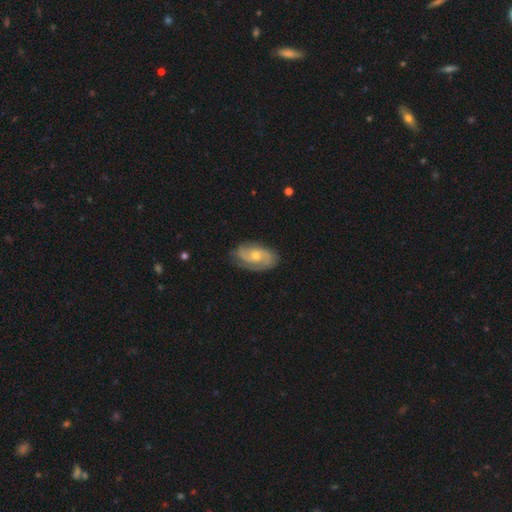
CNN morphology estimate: This appears to be a featured or disk galaxy (78%) with no bar (65%), 2 (70%) medium (45%) spiral arms (94%) and a moderate central bulge (49%). Merging: none (75%).